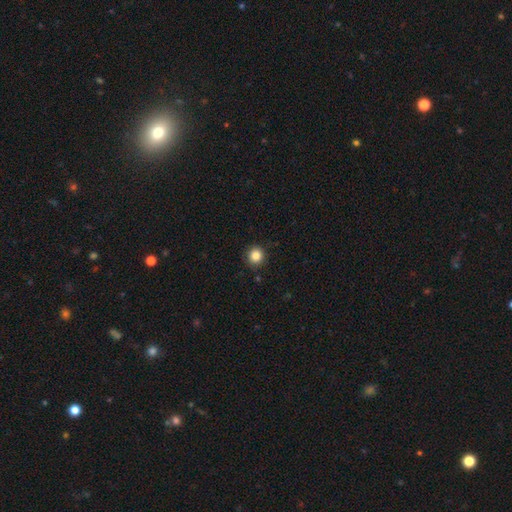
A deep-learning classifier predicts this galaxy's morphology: smooth 85%, star or artifact 11%, featured or disk 4%. Down the decision tree: how rounded — round (92%); merging — none (89%).